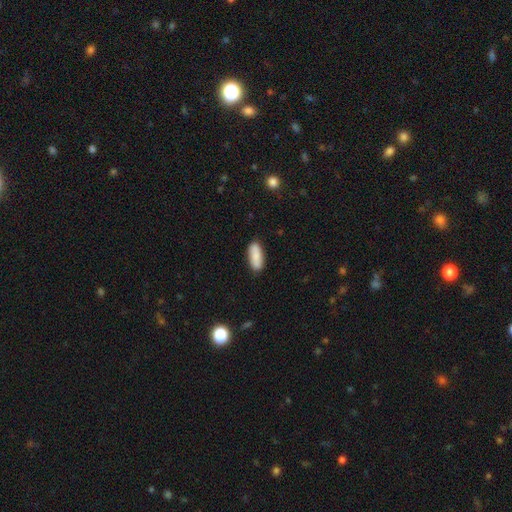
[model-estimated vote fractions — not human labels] A smooth galaxy with no disk features (85%) that is in between round and cigar-shaped (75%).

Vote fractions:
- Smooth or featured? smooth: 85% / featured or disk: 9% / star or artifact: 6%
- How rounded? in between: 75% / cigar-shaped: 23% / round: 2%
- Merging? none: 86% / minor disturbance: 11% / major disturbance: 2% / merger: 1%